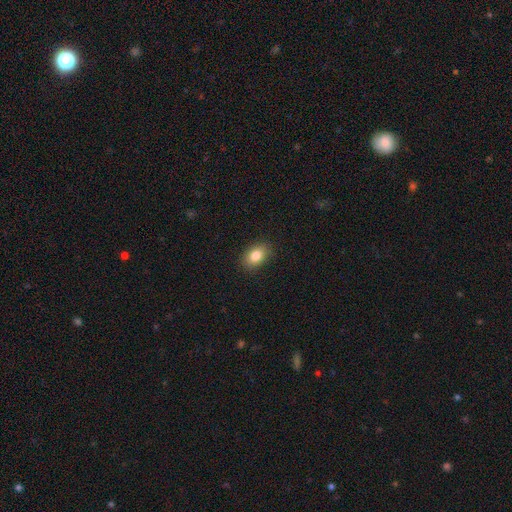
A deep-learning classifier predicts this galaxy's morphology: Q: Smooth or featured?
A: smooth (84%); runner-up: star or artifact (9%)
Q: How rounded?
A: in between (83%); runner-up: round (16%)
Q: Merging?
A: none (87%); runner-up: minor disturbance (10%)